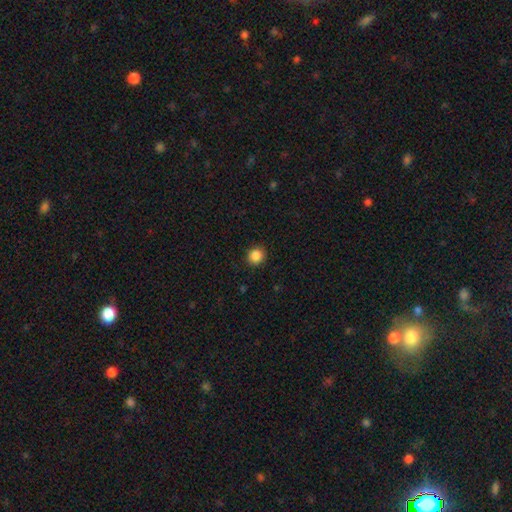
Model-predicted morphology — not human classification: smooth 87%, star or artifact 10%, featured or disk 3%. Down the decision tree: how rounded — round (90%); merging — none (91%).